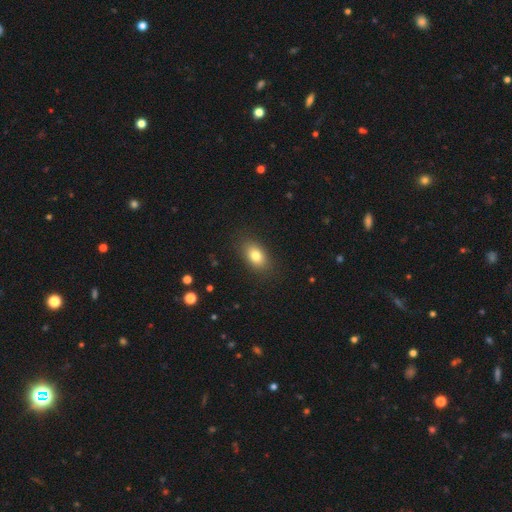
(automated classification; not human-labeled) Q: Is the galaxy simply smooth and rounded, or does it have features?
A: smooth — 80%.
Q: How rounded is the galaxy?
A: in between — 85%.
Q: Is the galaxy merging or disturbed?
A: none — 86%.